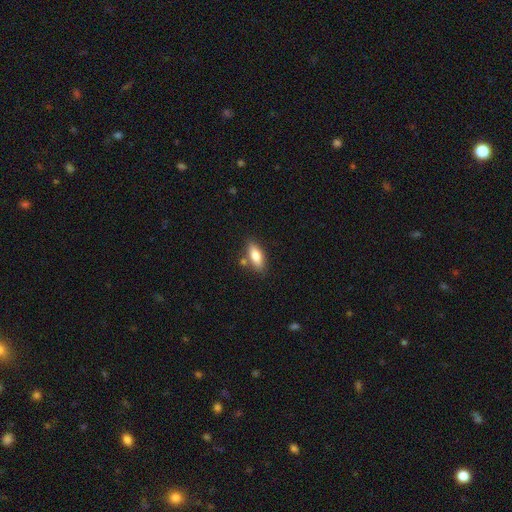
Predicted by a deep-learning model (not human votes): smooth-or-featured: smooth: 75% | featured or disk: 18% | star or artifact: 7%
  how-rounded: in between: 74% | cigar-shaped: 23% | round: 3%
  merging: none: 75% | minor disturbance: 13% | merger: 9% | major disturbance: 3%